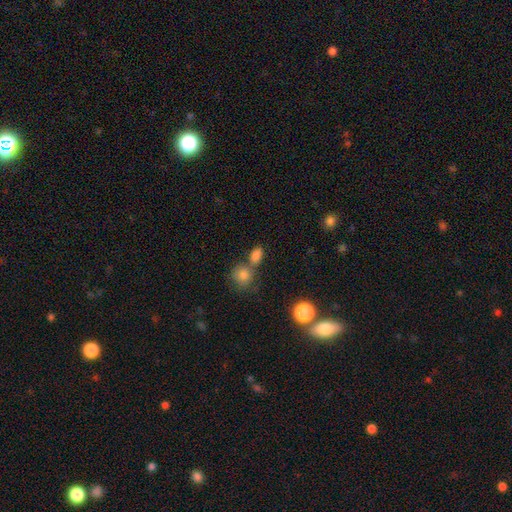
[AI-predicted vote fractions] Smooth or featured: smooth — 80% (star or artifact — 13%)
How rounded: in between — 62% (round — 35%)
Merging: none — 51% (merger — 34%)